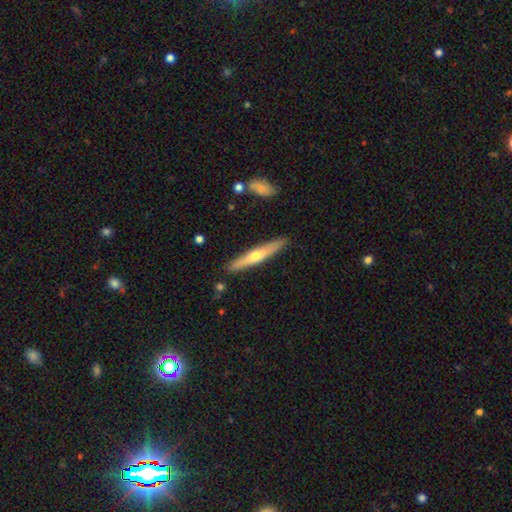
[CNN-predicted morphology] This appears to be a featured or disk galaxy (53%) viewed edge-on (92%). Merging: none (89%).